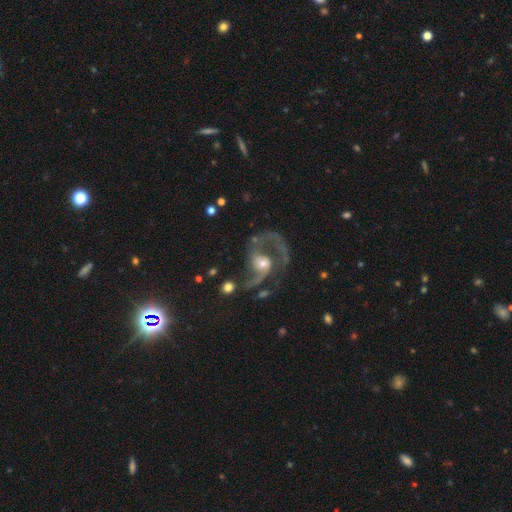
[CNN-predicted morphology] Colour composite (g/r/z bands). It shows a featured or disk galaxy (86%) with no bar (52%), 2 (77%) medium (53%) spiral arms (94%) and a moderate central bulge (60%). Merging: none (51%).